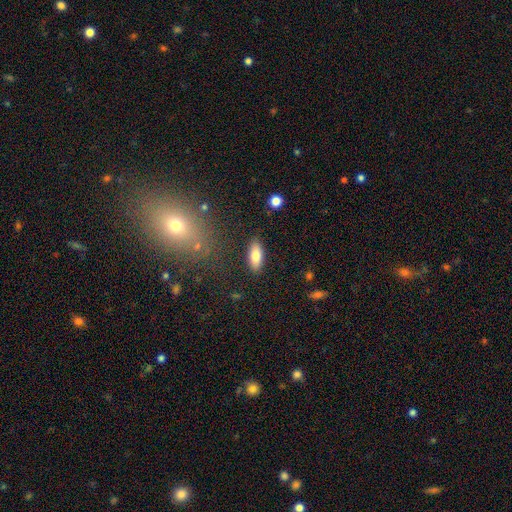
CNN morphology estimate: Smooth or featured? Predicted: smooth (p=0.80). How rounded? Predicted: in between (p=0.79). Merging? Predicted: none (p=0.86).